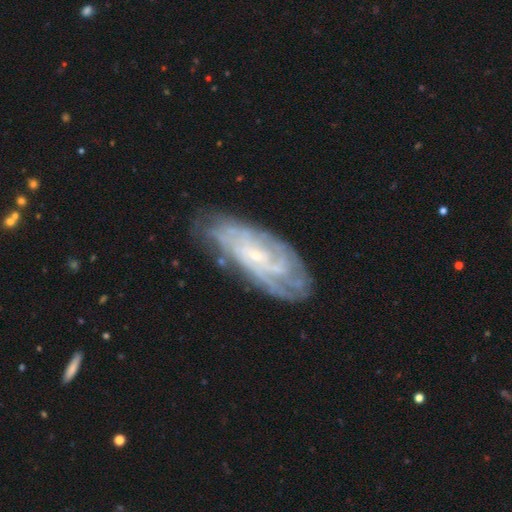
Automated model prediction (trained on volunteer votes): This is likely a featured or disk galaxy (78%). It is clearly not viewed edge-on (90%). Bar: likely no (62%). Spiral arm pattern: clearly yes (89%). Spiral arm count: possibly can't tell (53%). Spiral winding: likely tight (65%). Central bulge: likely small (76%). Merging: likely none (71%).